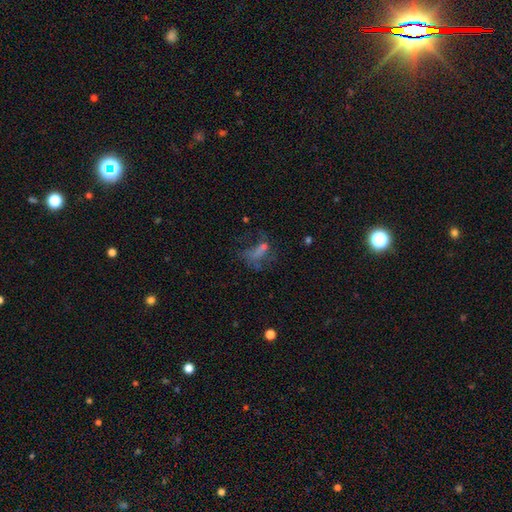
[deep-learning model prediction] Overall: star or artifact (37%; smooth 32%).